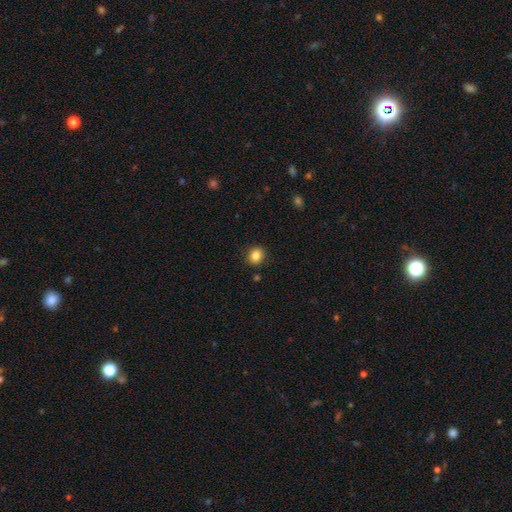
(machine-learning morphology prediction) Smooth or featured?
  - smooth: 85% *
  - star or artifact: 10%
  - featured or disk: 5%
How rounded?
  - round: 66% *
  - in between: 33%
  - cigar-shaped: 1%
Merging?
  - none: 88% *
  - minor disturbance: 8%
  - major disturbance: 2%
  - merger: 2%